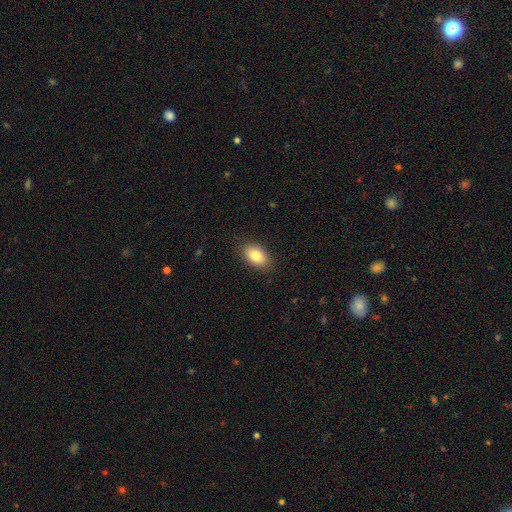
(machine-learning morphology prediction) This is clearly a smooth galaxy (82%). How rounded: clearly in between (88%). Merging: clearly none (87%).